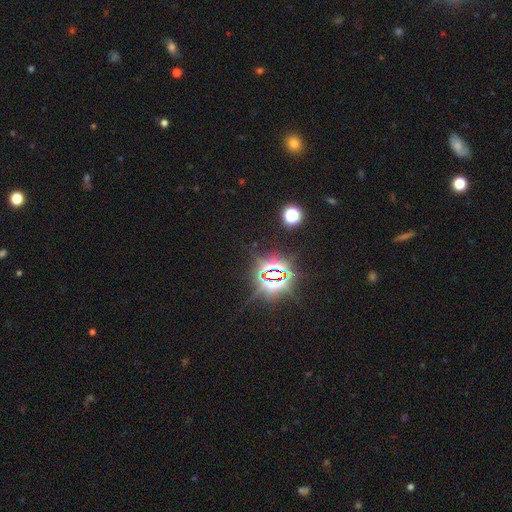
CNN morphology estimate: Smooth or featured?
  - star or artifact: 83% *
  - smooth: 11%
  - featured or disk: 6%